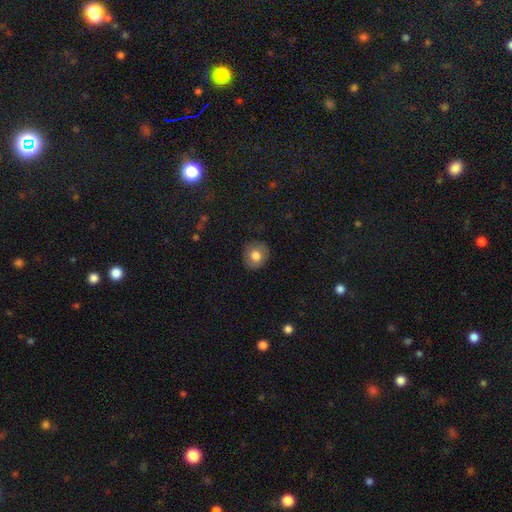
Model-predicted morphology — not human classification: Smooth or featured? smooth (75%)
How rounded? round (82%)
Merging? none (85%)